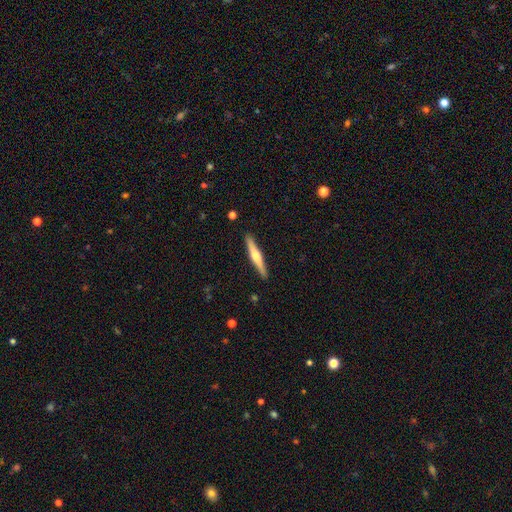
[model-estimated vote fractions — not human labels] Q: Smooth or featured?
A: featured or disk (62%); runner-up: smooth (33%)
Q: Edge-on disk?
A: yes (98%); runner-up: no (2%)
Q: Edge-on bulge?
A: rounded (85%); runner-up: boxy (8%)
Q: Merging?
A: none (91%); runner-up: minor disturbance (7%)